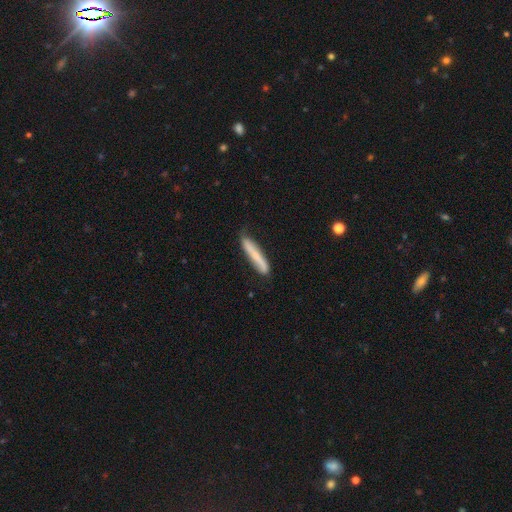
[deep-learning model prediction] This is likely a smooth galaxy (63%). How rounded: clearly cigar-shaped (93%). Merging: likely none (75%).